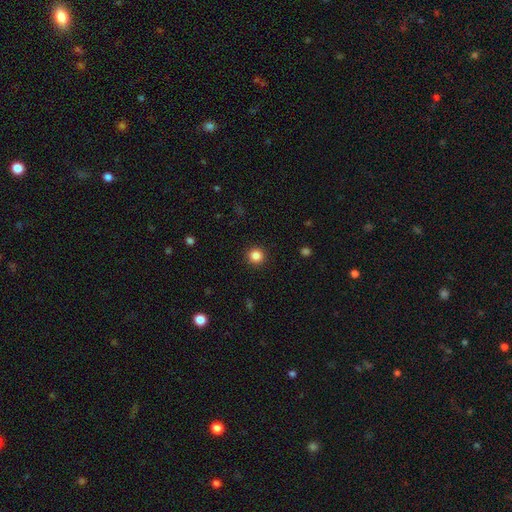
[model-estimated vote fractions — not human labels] Smooth or featured? smooth (85%)
How rounded? round (95%)
Merging? none (92%)